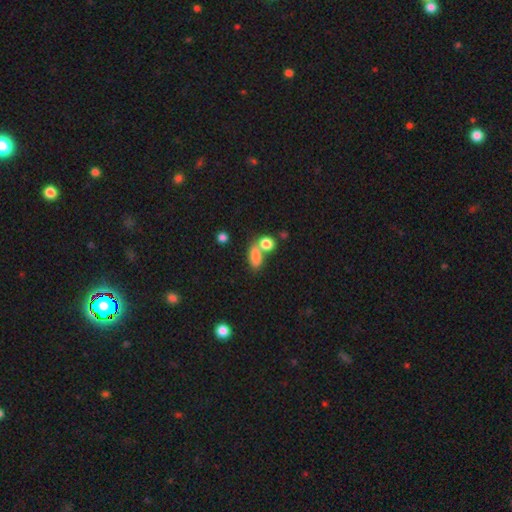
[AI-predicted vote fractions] Smooth or featured? Predicted: smooth (p=0.82). How rounded? Predicted: in between (p=0.77). Merging? Predicted: none (p=0.44).